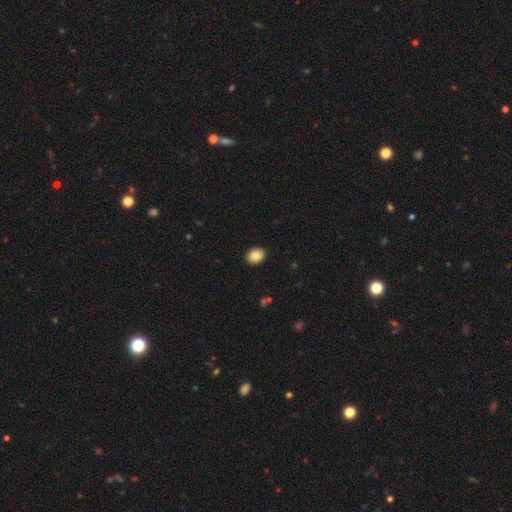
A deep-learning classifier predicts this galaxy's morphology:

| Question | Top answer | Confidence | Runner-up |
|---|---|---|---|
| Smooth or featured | smooth | 89% | star or artifact (7%) |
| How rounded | in between | 62% | round (37%) |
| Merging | none | 90% | minor disturbance (7%) |